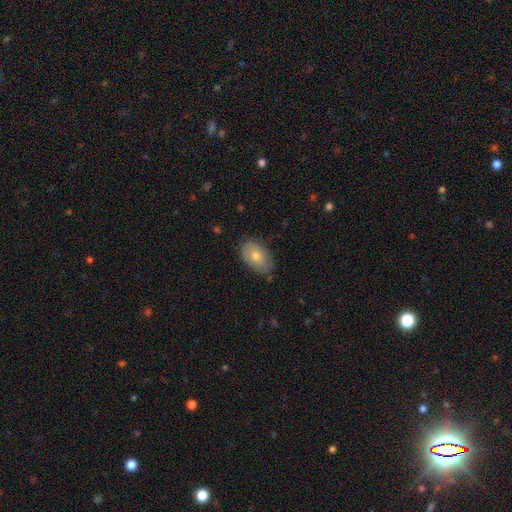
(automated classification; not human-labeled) Smooth or featured?
  - smooth: 65% *
  - featured or disk: 27%
  - star or artifact: 8%
How rounded?
  - in between: 88% *
  - round: 11%
  - cigar-shaped: 1%
Merging?
  - none: 79% *
  - minor disturbance: 17%
  - major disturbance: 3%
  - merger: 1%